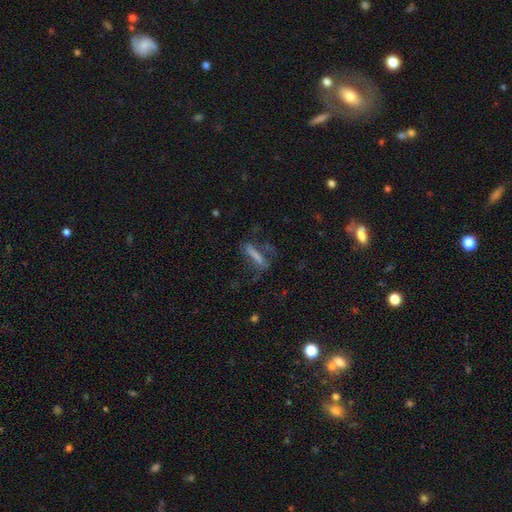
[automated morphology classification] A smooth galaxy with no disk features (49%).

Vote fractions:
- Smooth or featured? smooth: 49% / featured or disk: 38% / star or artifact: 13%
- Merging? none: 49% / major disturbance: 26% / minor disturbance: 21% / merger: 4%